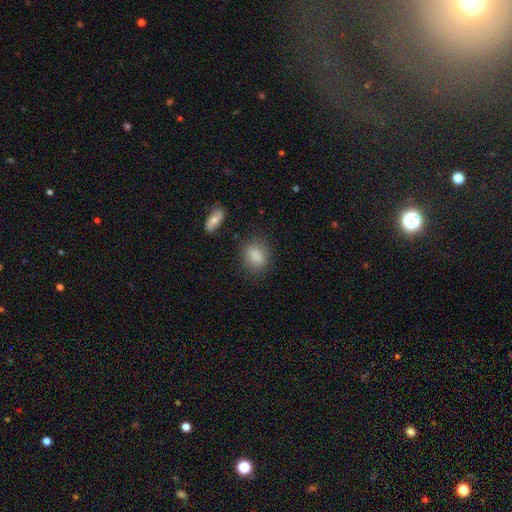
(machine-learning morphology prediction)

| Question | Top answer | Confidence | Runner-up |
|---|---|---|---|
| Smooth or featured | smooth | 86% | star or artifact (8%) |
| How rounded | in between | 59% | round (39%) |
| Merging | none | 78% | minor disturbance (14%) |